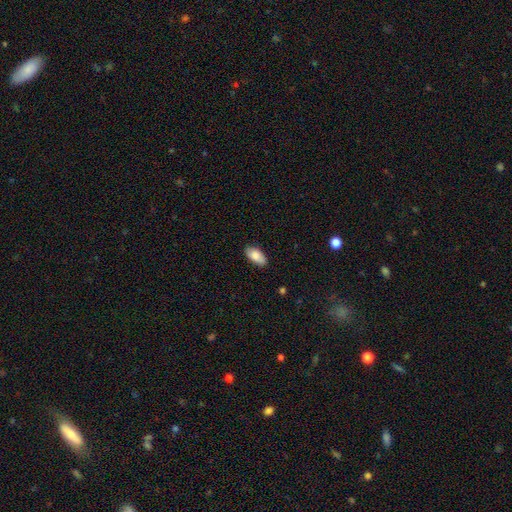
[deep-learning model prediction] This is clearly a smooth galaxy (84%). How rounded: clearly in between (93%). Merging: clearly none (86%).